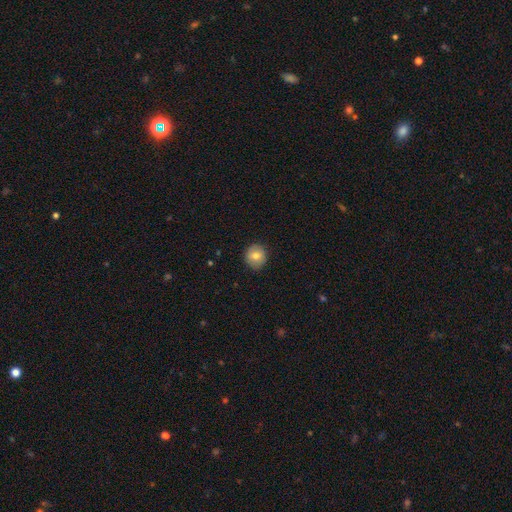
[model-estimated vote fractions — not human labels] A smooth galaxy with no disk features (77%) that is round (89%). Merging: none (89%).